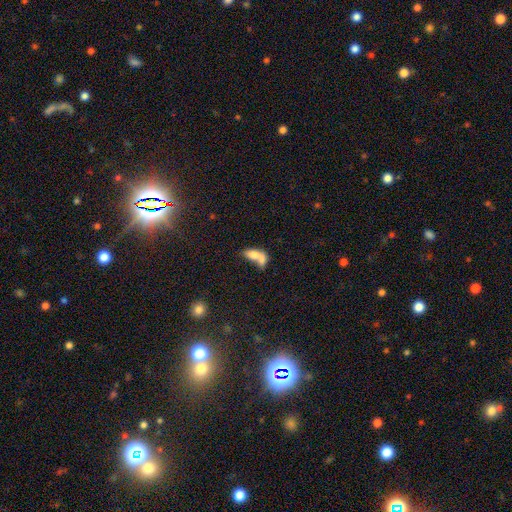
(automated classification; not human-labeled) smooth 72%, featured or disk 20%, star or artifact 9%. Down the decision tree: how rounded — in between (82%); merging — merger (67%).